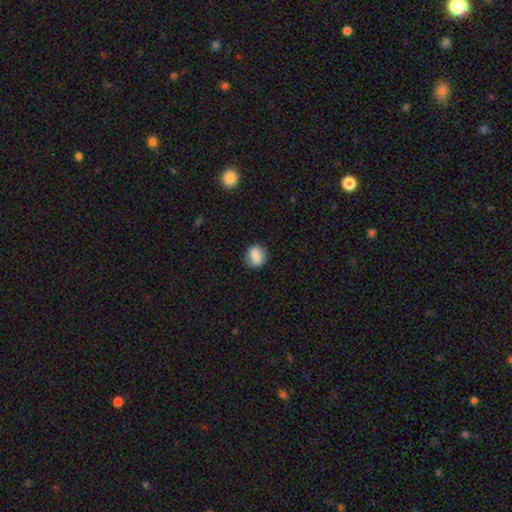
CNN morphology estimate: Smooth or featured? Predicted: smooth (p=0.86). How rounded? Predicted: round (p=0.73). Merging? Predicted: none (p=0.85).